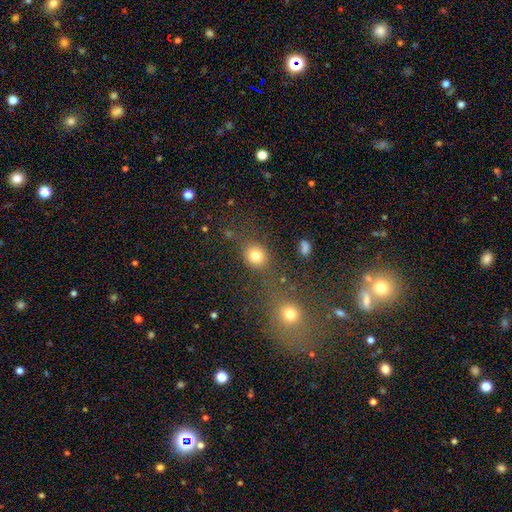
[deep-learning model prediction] A smooth galaxy with no disk features (79%) that is round (67%). Merging: none (67%).